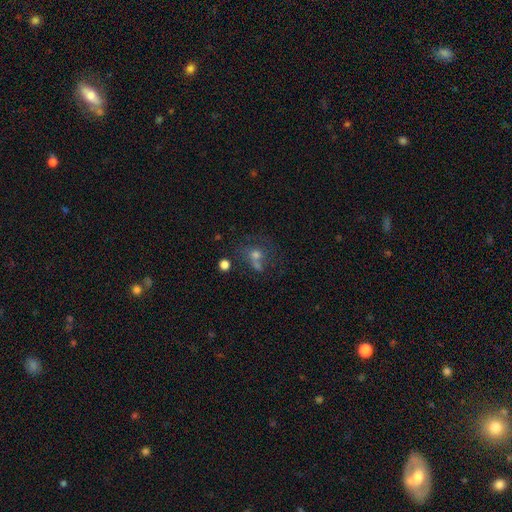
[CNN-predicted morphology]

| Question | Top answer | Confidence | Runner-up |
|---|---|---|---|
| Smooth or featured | smooth | 47% | featured or disk (28%) |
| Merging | none | 40% | merger (31%) |